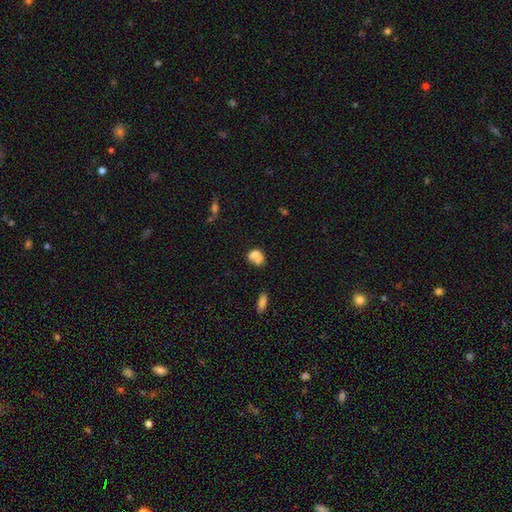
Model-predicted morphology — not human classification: Overall: smooth (71%). How rounded: in between (60%; round 38%). Merging: merger (33%; none 32%).